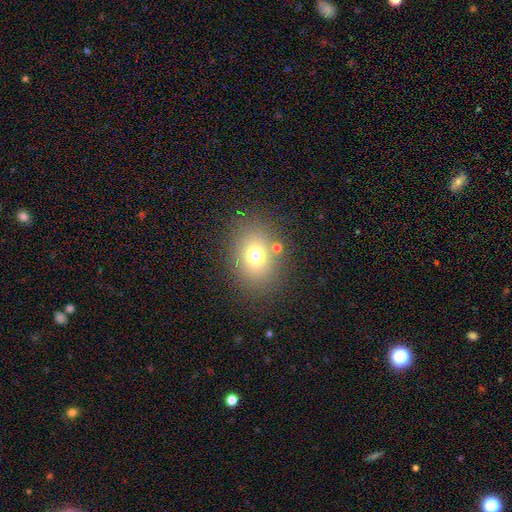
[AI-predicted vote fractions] A smooth galaxy with no disk features (70%) that is in between round and cigar-shaped (55%).

Vote fractions:
- Smooth or featured? smooth: 70% / star or artifact: 16% / featured or disk: 13%
- How rounded? in between: 55% / round: 44% / cigar-shaped: 1%
- Merging? none: 80% / minor disturbance: 10% / merger: 5% / major disturbance: 5%